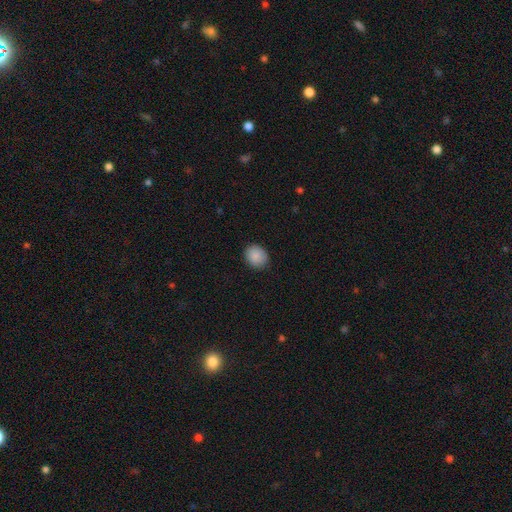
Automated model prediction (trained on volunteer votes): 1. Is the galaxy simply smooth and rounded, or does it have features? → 89% smooth, 8% star or artifact, 4% featured or disk.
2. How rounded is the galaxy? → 65% round, 34% in between, 1% cigar-shaped.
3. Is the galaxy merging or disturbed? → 88% none, 9% minor disturbance, 2% major disturbance, 1% merger.